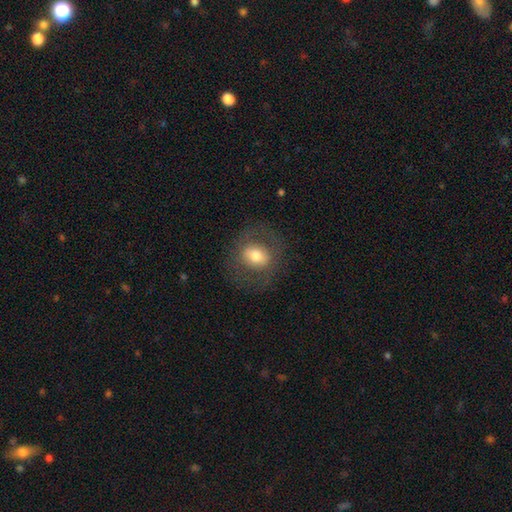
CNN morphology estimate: A smooth galaxy with no disk features (58%) that is round (66%). Merging: none (76%).